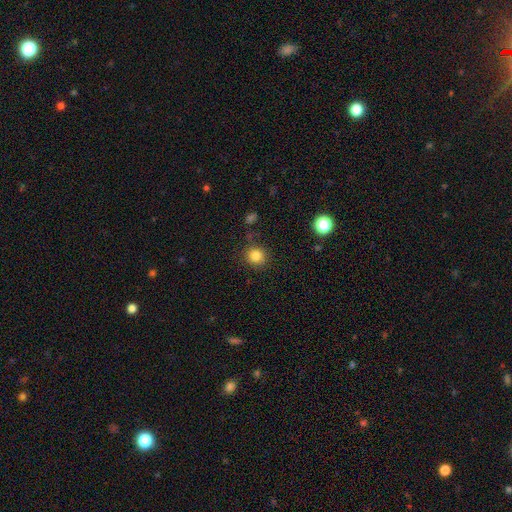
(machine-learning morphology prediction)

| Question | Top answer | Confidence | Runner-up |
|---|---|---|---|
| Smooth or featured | smooth | 83% | star or artifact (12%) |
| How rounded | round | 87% | in between (12%) |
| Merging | none | 85% | minor disturbance (10%) |